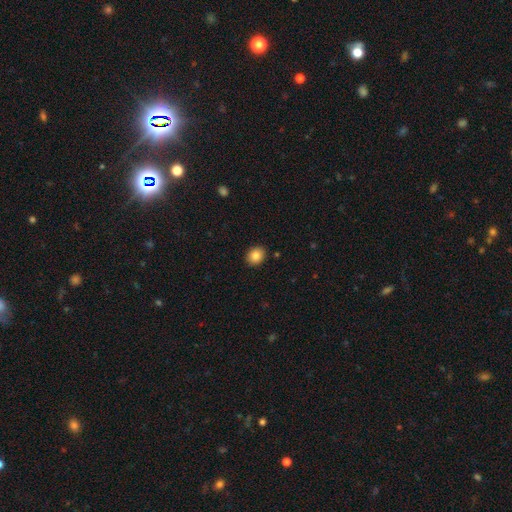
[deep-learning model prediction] This appears to be a smooth galaxy with no disk features (84%) that is round (64%). Merging: none (91%).